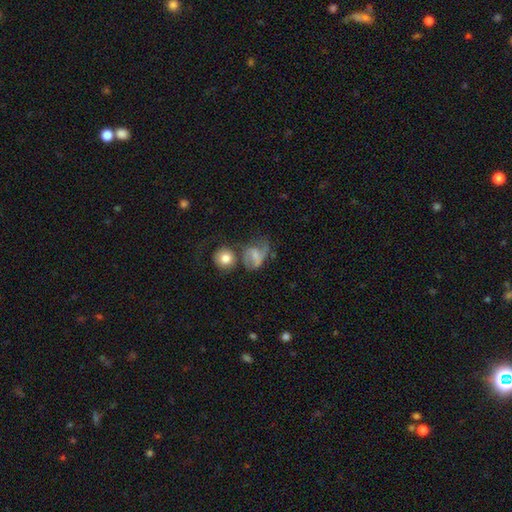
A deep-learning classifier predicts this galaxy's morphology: smooth-or-featured: featured or disk: 52% | smooth: 38% | star or artifact: 10%
  disk-edge-on: no: 97% | yes: 3%
    bar: weak: 44% | no: 38% | strong: 18%
    has-spiral-arms: yes: 81% | no: 19%
    bulge-size: small: 43% | moderate: 32% | none: 18% | large: 5% | dominant: 2%
  merging: none: 36% | major disturbance: 24% | minor disturbance: 22% | merger: 18%